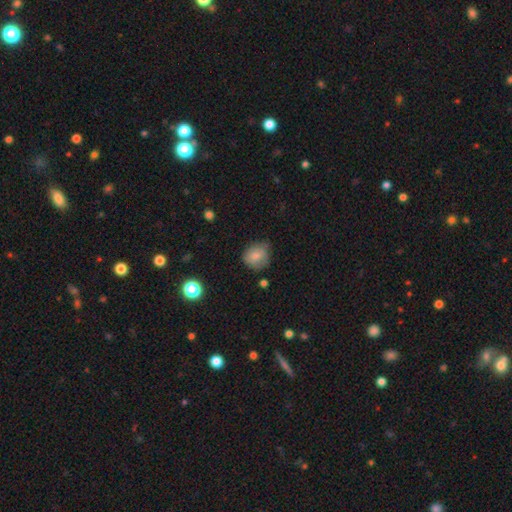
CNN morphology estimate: smooth_or_featured: smooth (p=0.79) [alt: featured or disk p=0.12]
how_rounded: round (p=0.76) [alt: in between p=0.23]
merging: none (p=0.60) [alt: minor disturbance p=0.31]